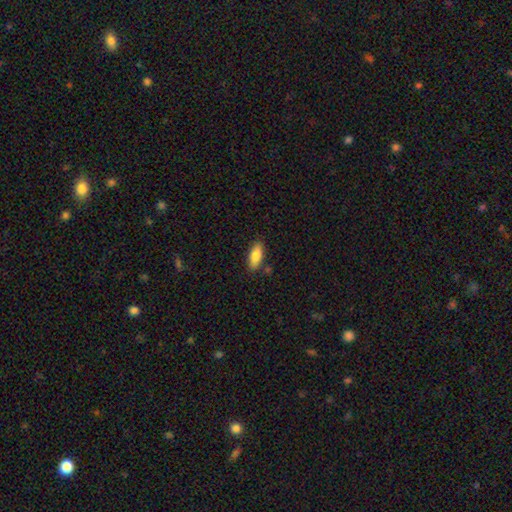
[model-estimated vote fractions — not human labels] Smooth or featured? Predicted: smooth (p=0.82). How rounded? Predicted: in between (p=0.80). Merging? Predicted: none (p=0.84).